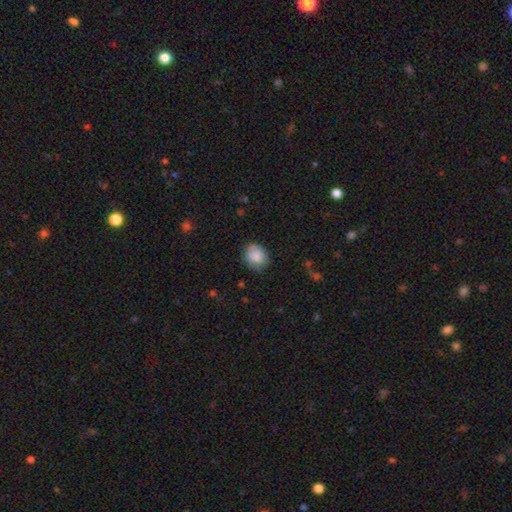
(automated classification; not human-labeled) Morphology: type=smooth (82%); roundness=round (58%); merging=none (71%).